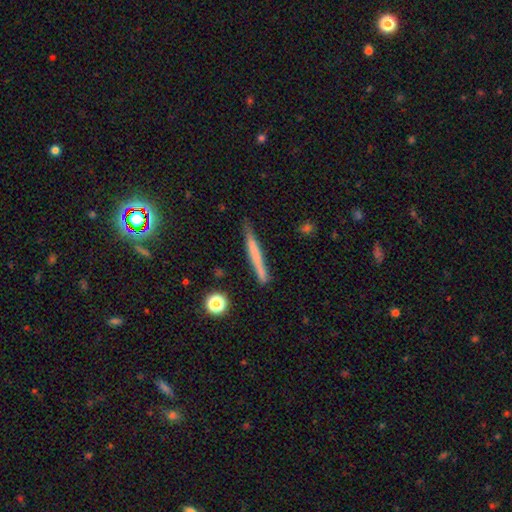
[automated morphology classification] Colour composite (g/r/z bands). It shows a smooth galaxy with no disk features (60%) that is cigar-shaped (96%). Merging: none (82%).